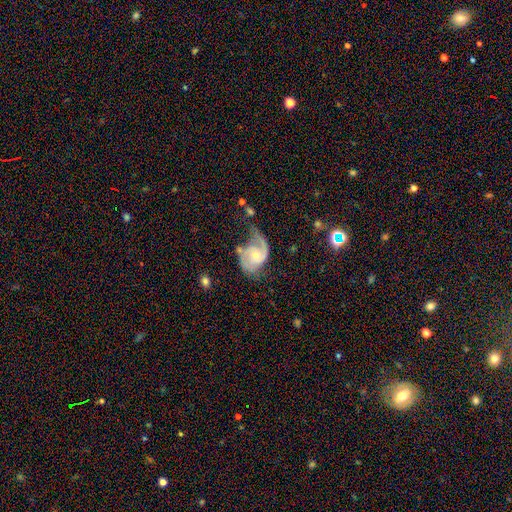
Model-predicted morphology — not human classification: A featured or disk galaxy (83%) with no bar (63%), 2 (66%) medium (46%) spiral arms (93%) and a moderate central bulge (48%).

Vote fractions:
- Smooth or featured? featured or disk: 83% / smooth: 12% / star or artifact: 6%
- Edge-on disk? no: 98% / yes: 2%
- Bar? no: 63% / weak: 31% / strong: 6%
- Spiral arms? yes: 93% / no: 7%
- Spiral winding? medium: 46% / loose: 31% / tight: 24%
- Spiral arm count? 2: 66% / 1: 23% / can't tell: 7% / 3: 2% / 4: 1% / more than 4: 1%
- Bulge size? moderate: 48% / small: 46% / large: 3% / none: 2% / dominant: 1%
- Merging? none: 35% / major disturbance: 32% / minor disturbance: 26% / merger: 7%